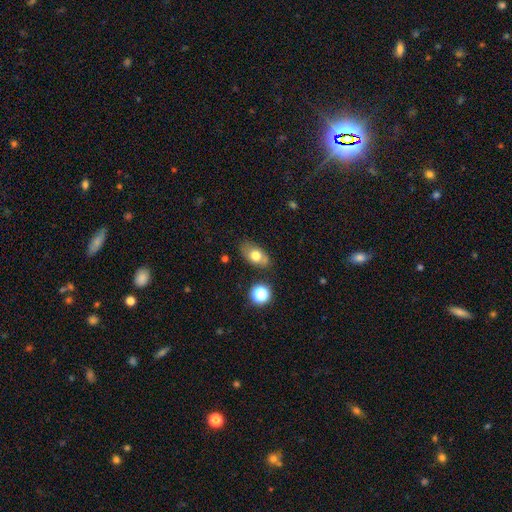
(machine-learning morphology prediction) The model was most divided on "smooth or featured": smooth: 71%, featured or disk: 19%, star or artifact: 10%. More confident: how rounded — in between (83%); merging — none (71%).